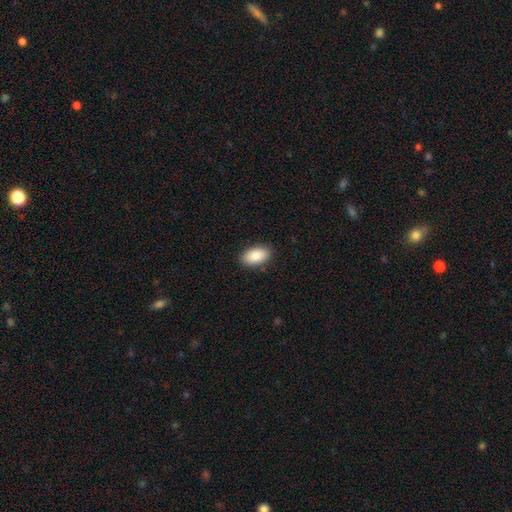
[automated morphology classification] Q: Smooth or featured?
A: smooth (87%); runner-up: star or artifact (7%)
Q: How rounded?
A: in between (94%); runner-up: round (5%)
Q: Merging?
A: none (88%); runner-up: minor disturbance (9%)